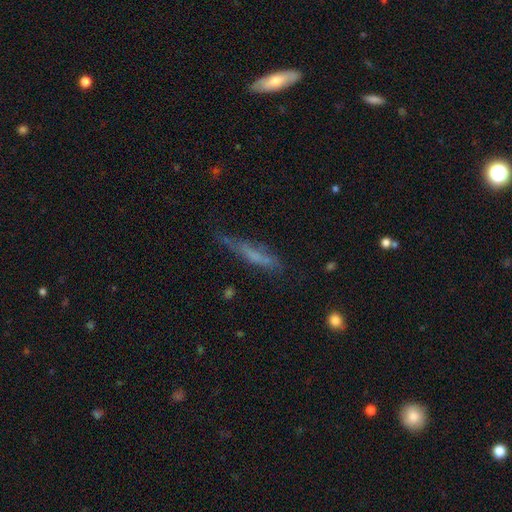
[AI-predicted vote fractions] smooth 52%, featured or disk 38%, star or artifact 10%. Down the decision tree: how rounded — cigar-shaped (85%); merging — none (53%).